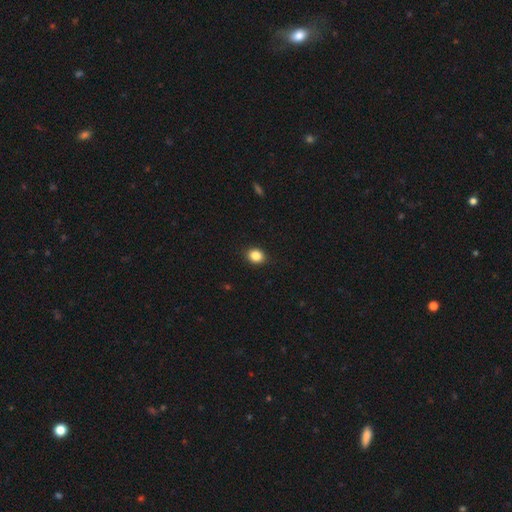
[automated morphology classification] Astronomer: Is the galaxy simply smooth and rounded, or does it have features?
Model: smooth — 86%.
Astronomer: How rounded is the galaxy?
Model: round — 57% (runner-up: in between, 42%).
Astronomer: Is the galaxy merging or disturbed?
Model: none — 90%.